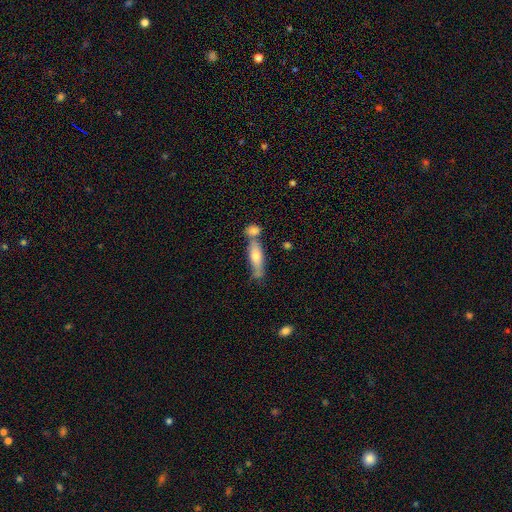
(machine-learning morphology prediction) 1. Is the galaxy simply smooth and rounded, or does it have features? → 53% smooth, 39% featured or disk, 9% star or artifact.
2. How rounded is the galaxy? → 60% cigar-shaped, 37% in between, 3% round.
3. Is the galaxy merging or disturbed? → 46% none, 34% merger, 14% minor disturbance, 5% major disturbance.